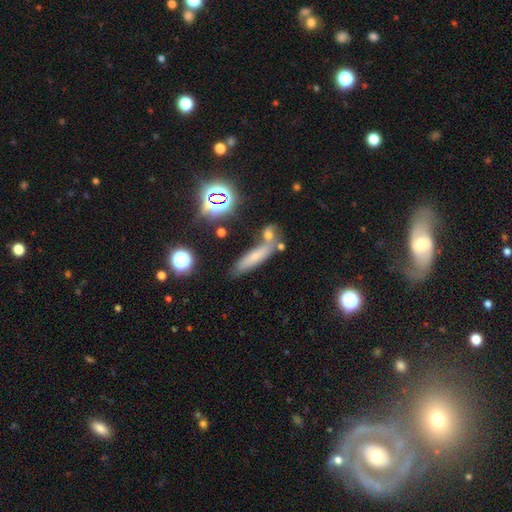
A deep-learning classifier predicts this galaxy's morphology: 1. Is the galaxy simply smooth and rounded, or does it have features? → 58% smooth, 22% star or artifact, 20% featured or disk.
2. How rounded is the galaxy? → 74% cigar-shaped, 22% in between, 4% round.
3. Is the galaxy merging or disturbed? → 58% none, 22% merger, 14% minor disturbance, 6% major disturbance.